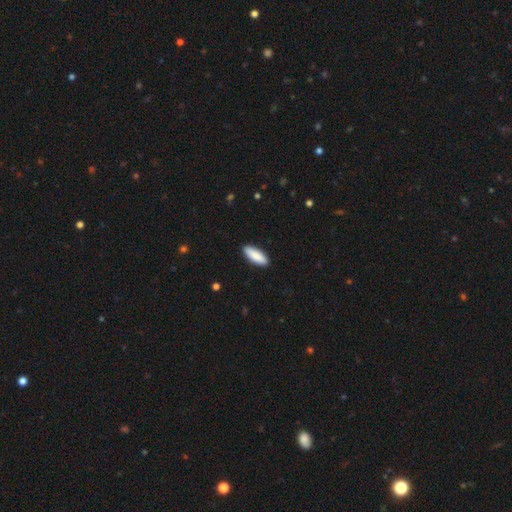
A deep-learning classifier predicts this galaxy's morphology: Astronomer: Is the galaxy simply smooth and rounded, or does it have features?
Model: smooth — 89%.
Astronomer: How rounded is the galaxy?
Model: in between — 62%.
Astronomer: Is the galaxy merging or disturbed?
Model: none — 91%.